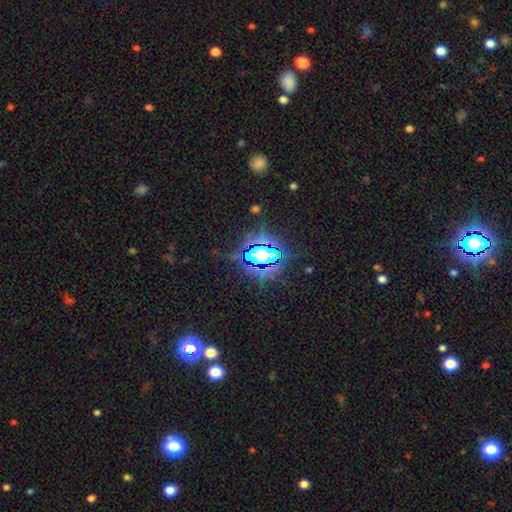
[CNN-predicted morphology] Q: Smooth or featured?
A: star or artifact (76%); runner-up: smooth (16%)